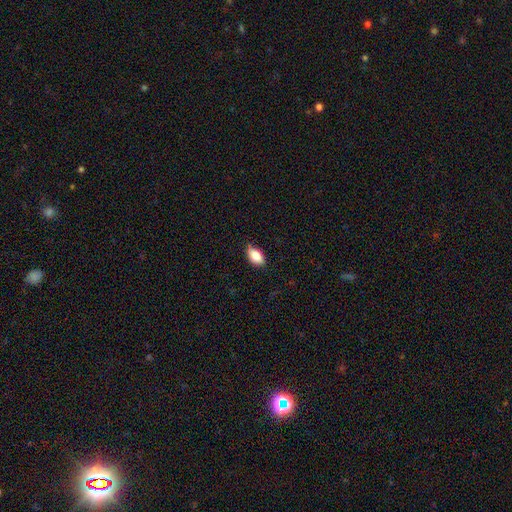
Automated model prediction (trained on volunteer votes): smooth 86%, star or artifact 7%, featured or disk 6%. Down the decision tree: how rounded — in between (91%); merging — none (74%).